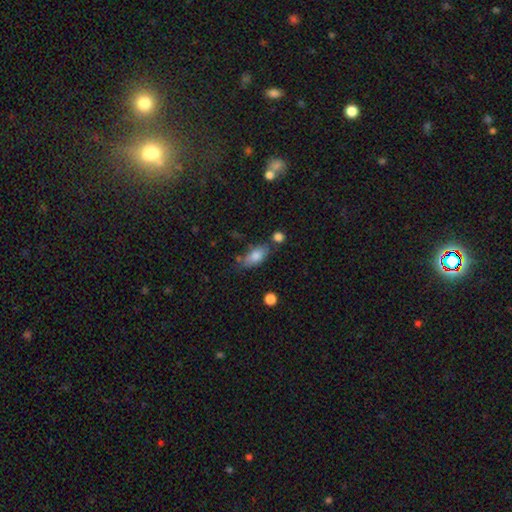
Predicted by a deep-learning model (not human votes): This is likely a smooth galaxy (79%). How rounded: clearly in between (85%). Merging: likely none (62%).